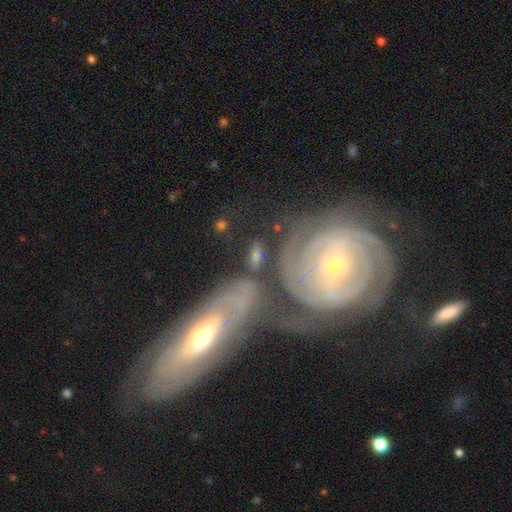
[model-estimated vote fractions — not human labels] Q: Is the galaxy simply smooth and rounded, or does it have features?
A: featured or disk — 56%.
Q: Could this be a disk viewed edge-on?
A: no — 89%.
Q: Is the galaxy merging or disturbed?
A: none — 50%.